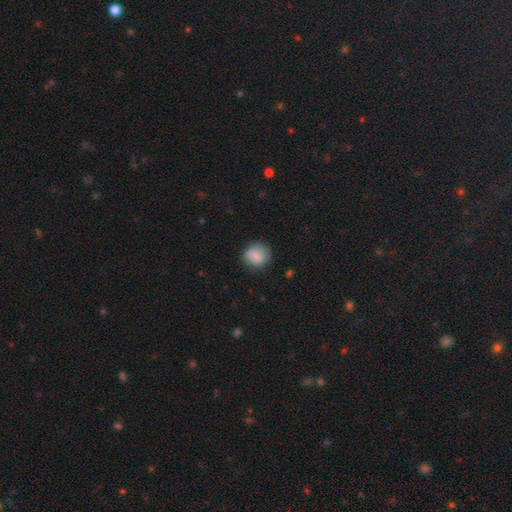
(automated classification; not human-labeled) Smooth or featured?
  - smooth: 76% *
  - featured or disk: 17%
  - star or artifact: 8%
How rounded?
  - round: 84% *
  - in between: 15%
  - cigar-shaped: 1%
Merging?
  - none: 79% *
  - minor disturbance: 16%
  - major disturbance: 5%
  - merger: 1%